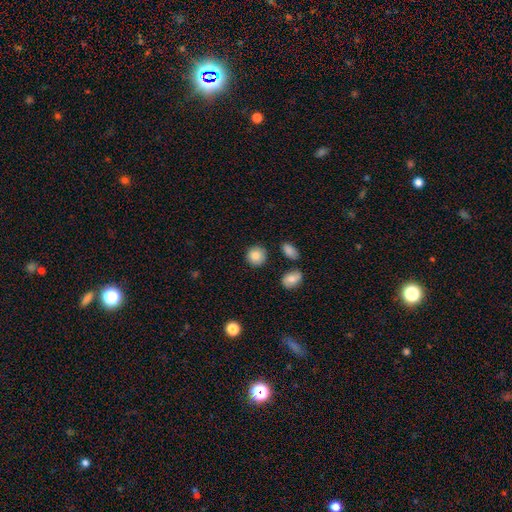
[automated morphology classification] Q: Smooth or featured?
A: smooth (86%); runner-up: star or artifact (8%)
Q: How rounded?
A: round (87%); runner-up: in between (12%)
Q: Merging?
A: none (85%); runner-up: minor disturbance (10%)